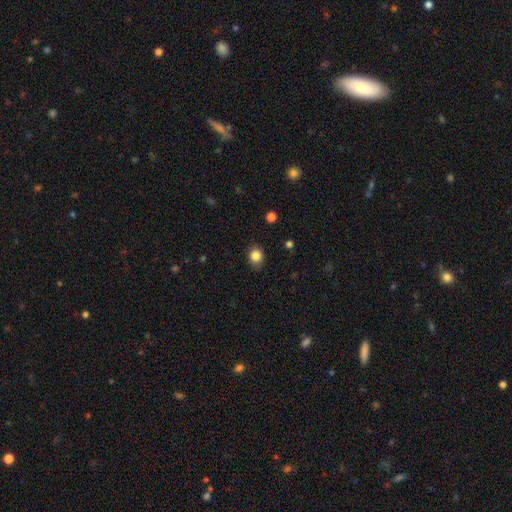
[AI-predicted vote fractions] Smooth or featured: smooth — 85% (star or artifact — 10%)
How rounded: round — 65% (in between — 34%)
Merging: none — 83% (minor disturbance — 13%)